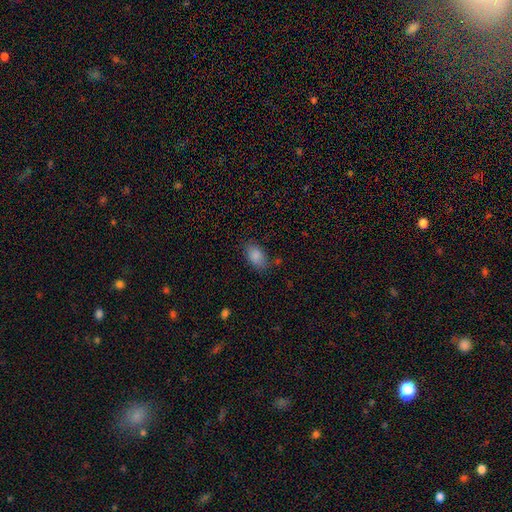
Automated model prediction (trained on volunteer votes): Smooth or featured: smooth — 86% (star or artifact — 8%)
How rounded: in between — 91% (round — 7%)
Merging: none — 74% (minor disturbance — 18%)